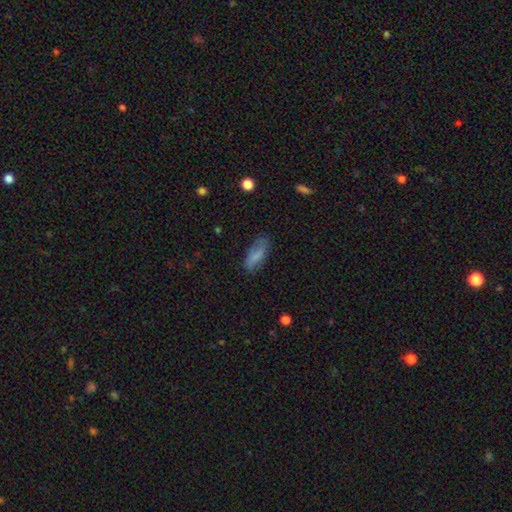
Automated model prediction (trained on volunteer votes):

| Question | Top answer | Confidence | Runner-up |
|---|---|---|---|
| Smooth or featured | smooth | 77% | featured or disk (16%) |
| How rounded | in between | 78% | cigar-shaped (20%) |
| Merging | none | 72% | minor disturbance (20%) |